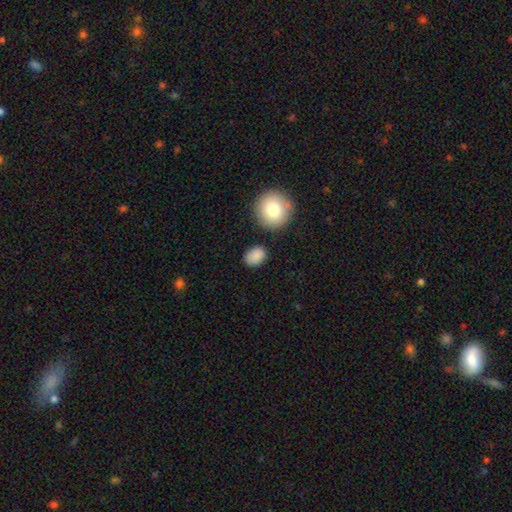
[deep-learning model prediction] Morphology: type=smooth (87%); roundness=in between (61%); merging=none (82%).